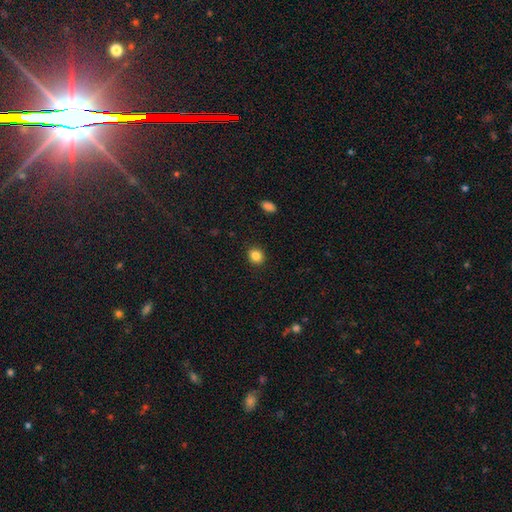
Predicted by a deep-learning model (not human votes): smooth-or-featured: smooth: 85% | star or artifact: 10% | featured or disk: 4%
  how-rounded: round: 71% | in between: 28% | cigar-shaped: 1%
  merging: none: 90% | minor disturbance: 7% | major disturbance: 2% | merger: 1%